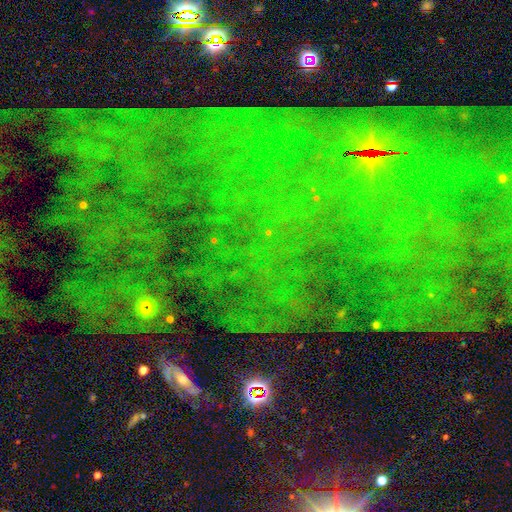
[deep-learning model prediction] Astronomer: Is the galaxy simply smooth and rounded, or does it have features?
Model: star or artifact — 78%.